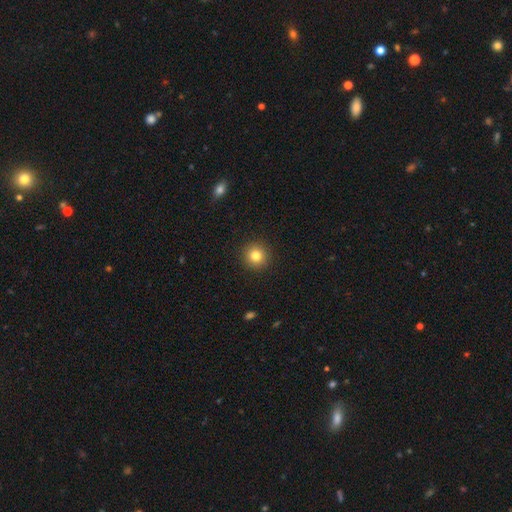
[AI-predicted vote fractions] Smooth or featured? smooth (82%)
How rounded? round (94%)
Merging? none (92%)